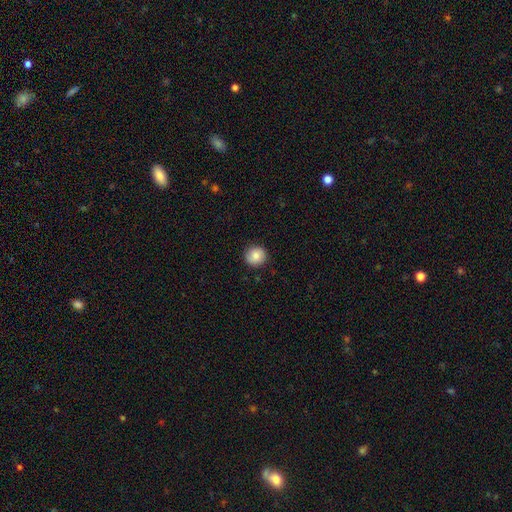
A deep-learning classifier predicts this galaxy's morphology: Smooth or featured? smooth (84%)
How rounded? round (92%)
Merging? none (88%)